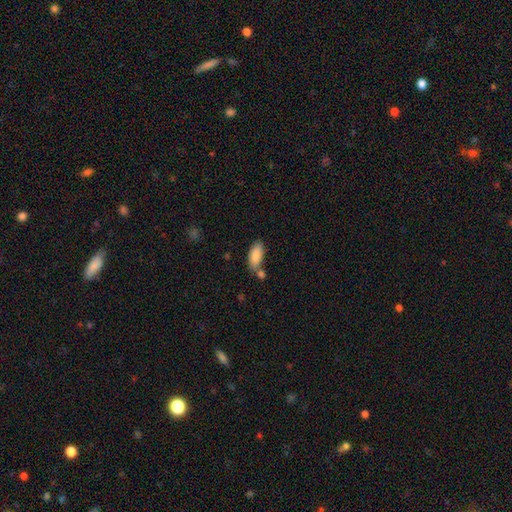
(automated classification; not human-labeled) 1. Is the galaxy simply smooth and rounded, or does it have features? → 86% smooth, 7% featured or disk, 6% star or artifact.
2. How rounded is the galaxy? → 87% in between, 11% cigar-shaped, 2% round.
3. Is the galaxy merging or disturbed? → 59% none, 21% merger, 16% minor disturbance, 4% major disturbance.